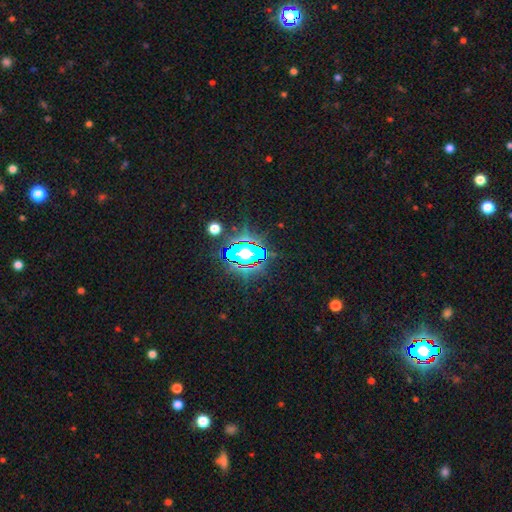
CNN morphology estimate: A star or artifact, not a galaxy (81%).

Vote fractions:
- Smooth or featured? star or artifact: 81% / smooth: 11% / featured or disk: 8%